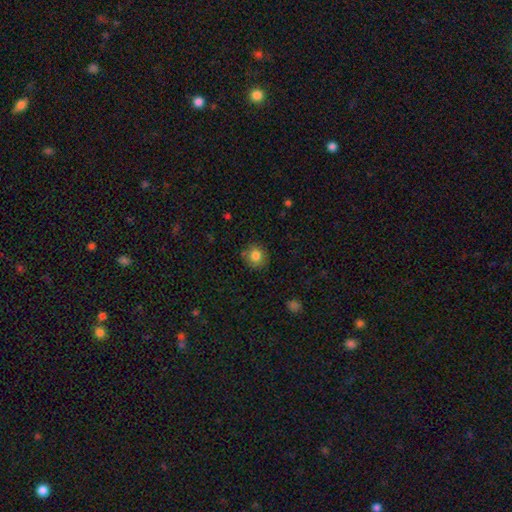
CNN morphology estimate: Smooth or featured? Predicted: smooth (p=0.82). How rounded? Predicted: round (p=0.85). Merging? Predicted: none (p=0.83).